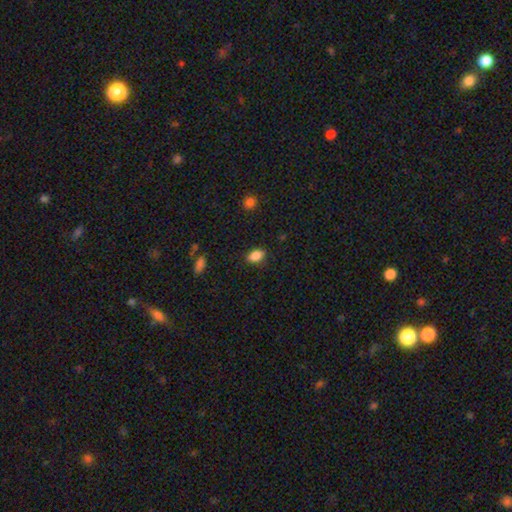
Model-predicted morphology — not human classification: Smooth or featured: smooth — 86% (star or artifact — 9%)
How rounded: in between — 86% (round — 11%)
Merging: none — 83% (minor disturbance — 13%)